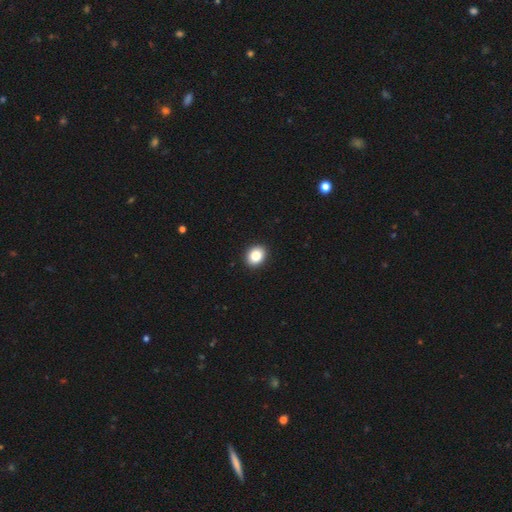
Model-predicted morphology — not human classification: This is clearly a smooth galaxy (86%). How rounded: possibly round (56%). Merging: clearly none (92%).